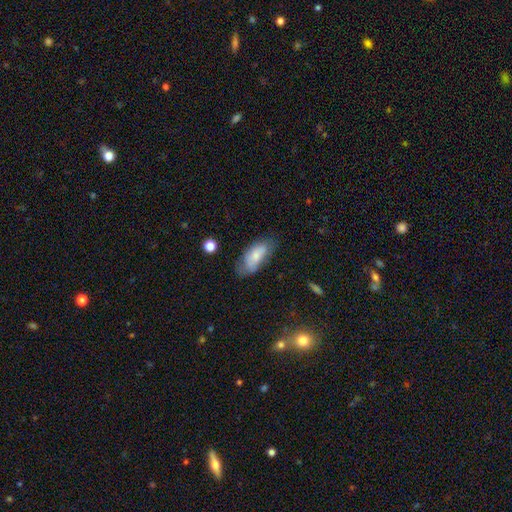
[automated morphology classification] Smooth or featured: smooth — 75% (featured or disk — 18%)
How rounded: in between — 86% (cigar-shaped — 12%)
Merging: none — 54% (minor disturbance — 31%)